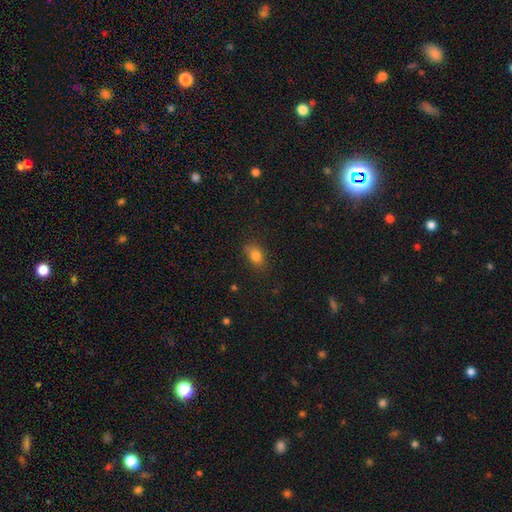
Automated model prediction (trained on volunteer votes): A smooth galaxy with no disk features (80%) that is in between round and cigar-shaped (75%). Merging: none (78%).